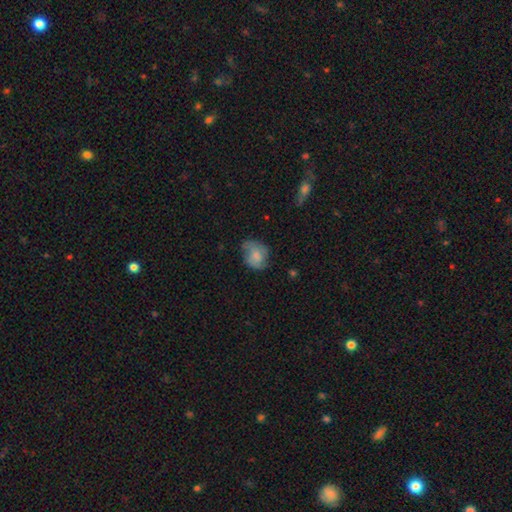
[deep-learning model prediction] smooth 58%, featured or disk 34%, star or artifact 8%. Down the decision tree: how rounded — round (55%); merging — none (51%).